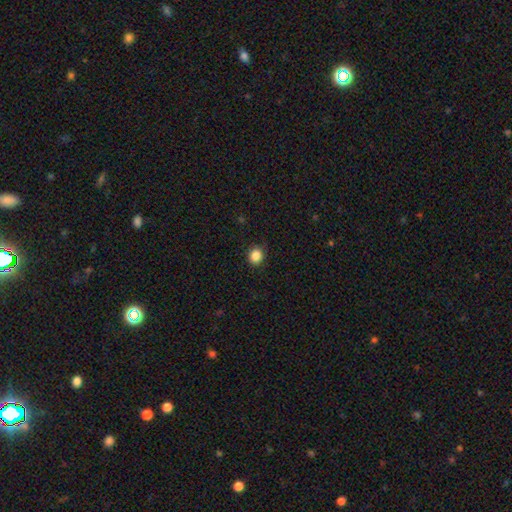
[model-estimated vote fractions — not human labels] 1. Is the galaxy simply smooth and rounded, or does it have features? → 86% smooth, 11% star or artifact, 3% featured or disk.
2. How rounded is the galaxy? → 79% round, 20% in between, 1% cigar-shaped.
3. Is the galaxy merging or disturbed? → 88% none, 8% minor disturbance, 2% major disturbance, 1% merger.